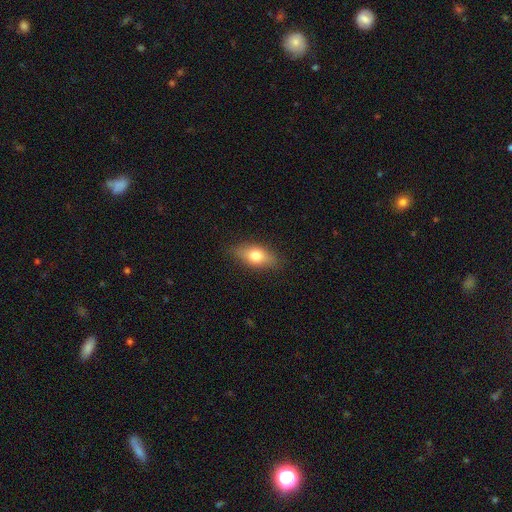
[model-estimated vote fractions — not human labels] Morphology: type=smooth (71%); roundness=in between (79%); merging=none (84%).